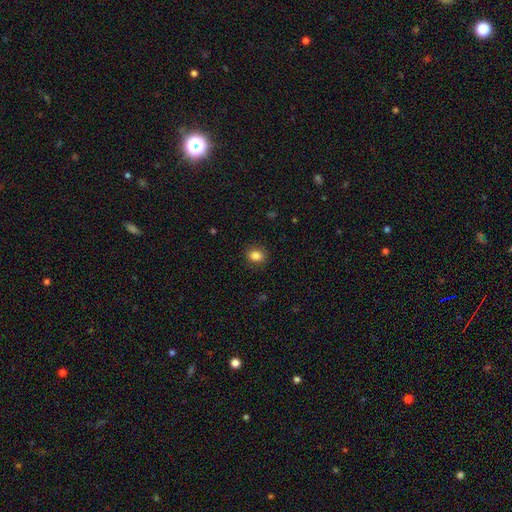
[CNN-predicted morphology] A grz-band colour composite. It shows a smooth galaxy with no disk features (85%) that is round (50%). Merging: none (88%).